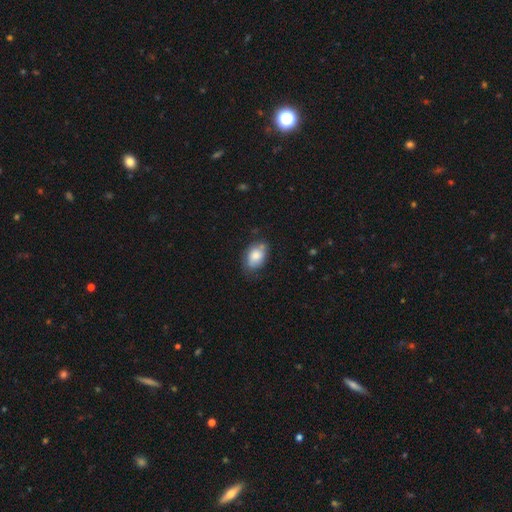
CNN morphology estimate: smooth-or-featured: smooth: 79% | featured or disk: 14% | star or artifact: 7%
  how-rounded: in between: 84% | round: 15% | cigar-shaped: 1%
  merging: none: 66% | minor disturbance: 24% | major disturbance: 5% | merger: 4%